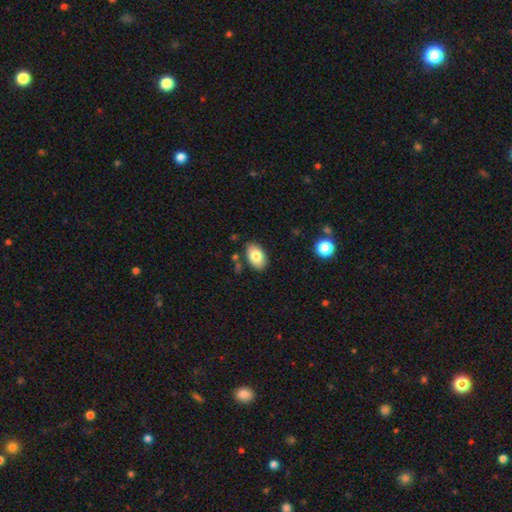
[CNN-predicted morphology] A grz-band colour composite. It shows a smooth galaxy with no disk features (80%) that is in between round and cigar-shaped (92%). Merging: none (84%).